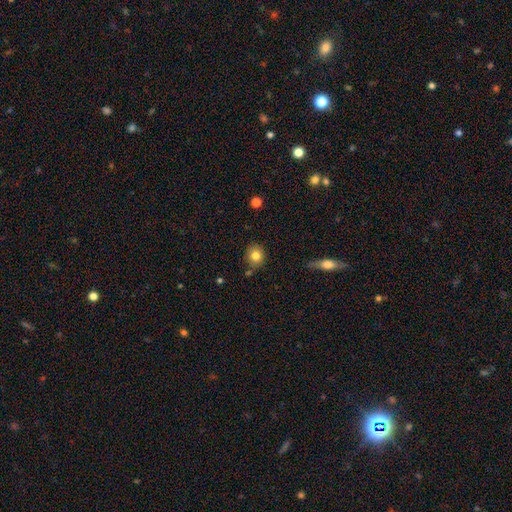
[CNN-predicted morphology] This is clearly a smooth galaxy (81%). How rounded: likely round (79%). Merging: likely none (78%).